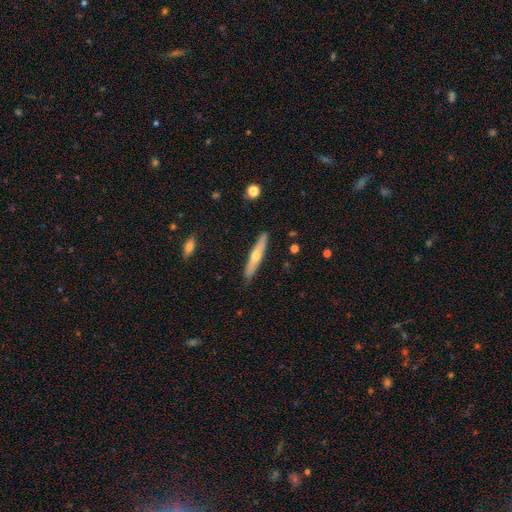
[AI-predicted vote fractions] featured or disk 53%, smooth 41%, star or artifact 6%. Down the decision tree: edge-on disk — yes (91%); merging — none (89%).